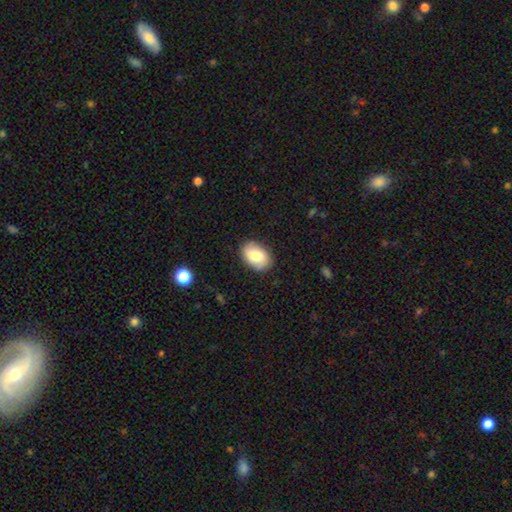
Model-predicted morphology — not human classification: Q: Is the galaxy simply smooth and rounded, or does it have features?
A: smooth — 80%.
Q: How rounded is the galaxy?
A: in between — 89%.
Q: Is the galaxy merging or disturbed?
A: none — 84%.